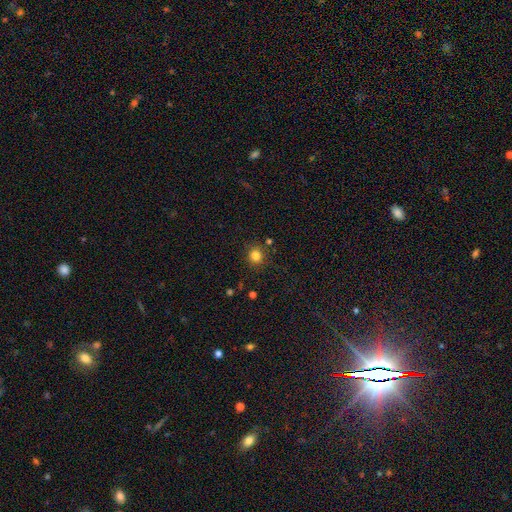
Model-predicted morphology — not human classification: This appears to be a smooth galaxy with no disk features (82%) that is round (87%). Merging: none (86%).